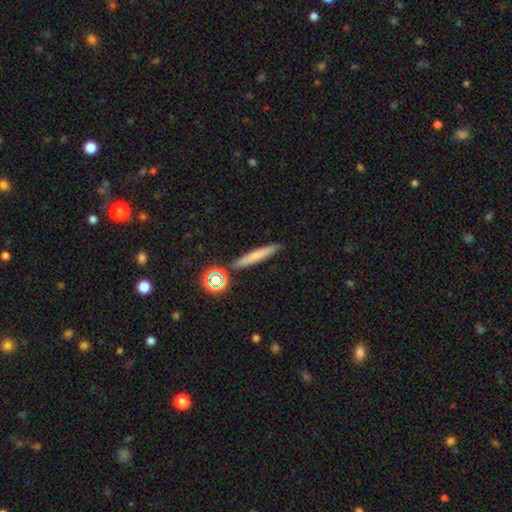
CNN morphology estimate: type=smooth (65%); roundness=cigar-shaped (91%); merging=none (88%).